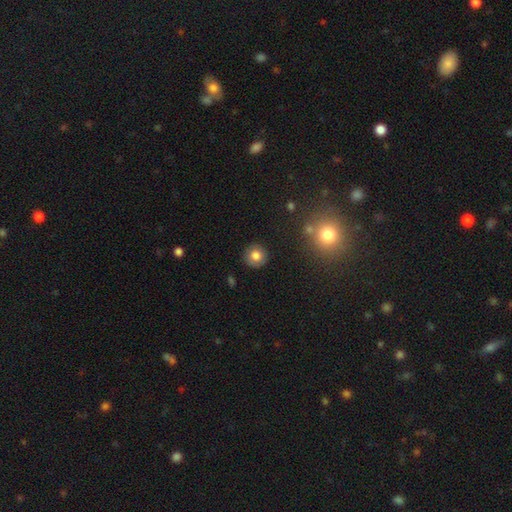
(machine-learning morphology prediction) Q: Smooth or featured?
A: smooth (79%); runner-up: featured or disk (11%)
Q: How rounded?
A: round (92%); runner-up: in between (7%)
Q: Merging?
A: none (88%); runner-up: minor disturbance (8%)